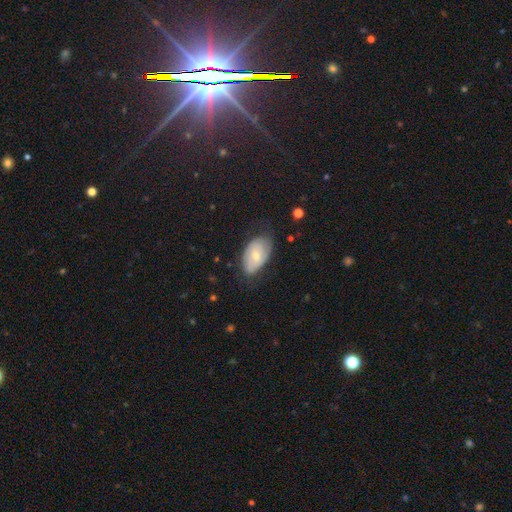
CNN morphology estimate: smooth_or_featured: smooth (p=0.53) [alt: featured or disk p=0.41]
how_rounded: in between (p=0.92) [alt: round p=0.07]
merging: none (p=0.60) [alt: minor disturbance p=0.29]